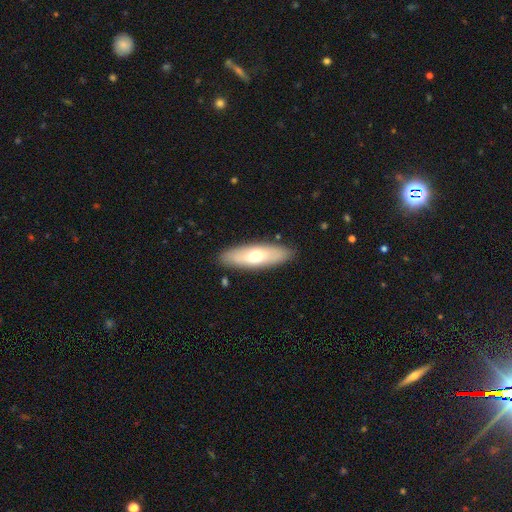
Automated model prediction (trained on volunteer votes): This is likely a smooth galaxy (61%). How rounded: possibly in between (55%). Merging: clearly none (88%).